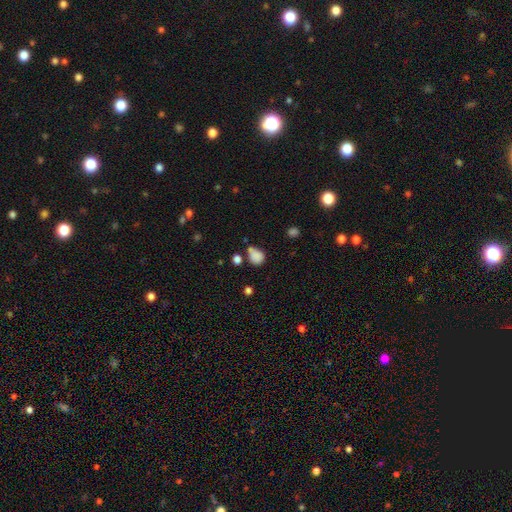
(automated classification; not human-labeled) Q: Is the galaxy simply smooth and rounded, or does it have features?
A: smooth — 82%.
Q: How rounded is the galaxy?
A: round — 59%.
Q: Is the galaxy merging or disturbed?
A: none — 48%.